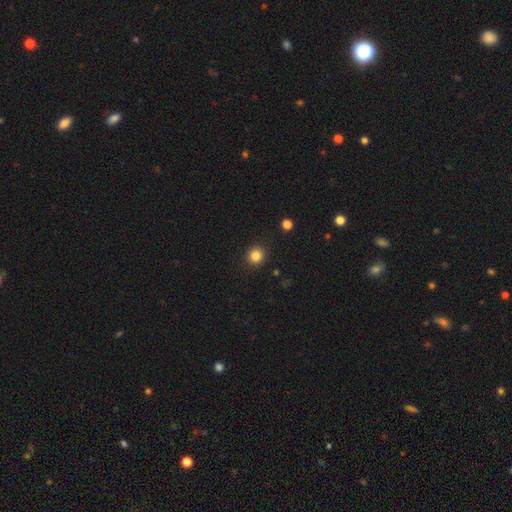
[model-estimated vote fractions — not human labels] A smooth galaxy with no disk features (84%) that is round (91%). Merging: none (91%).